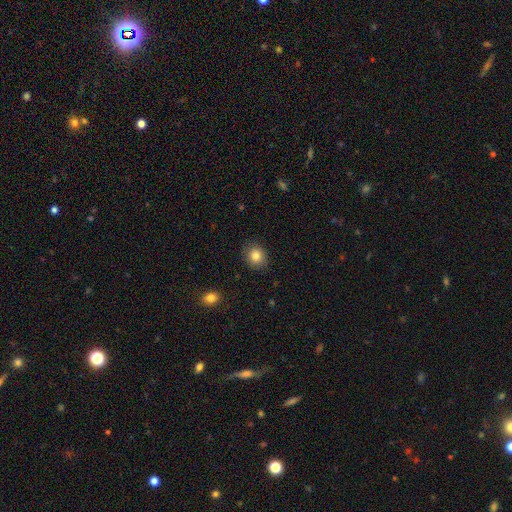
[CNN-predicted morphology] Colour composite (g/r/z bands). It shows a smooth galaxy with no disk features (84%) that is round (74%). Merging: none (87%).